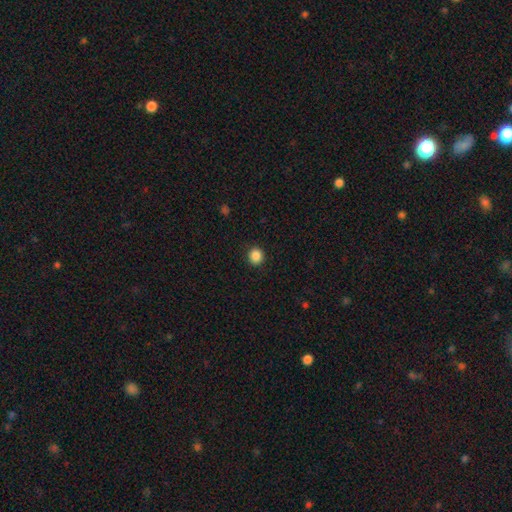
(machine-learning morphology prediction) smooth 87%, star or artifact 10%, featured or disk 3%. Down the decision tree: how rounded — round (84%); merging — none (91%).